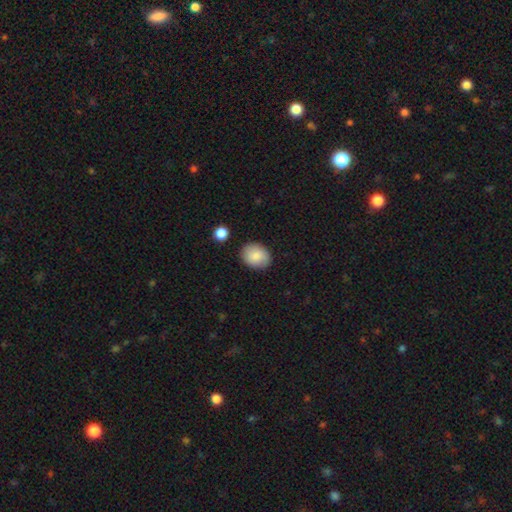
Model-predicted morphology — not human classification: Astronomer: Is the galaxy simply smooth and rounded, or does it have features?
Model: smooth — 85%.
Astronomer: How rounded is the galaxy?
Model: in between — 53% (runner-up: round, 46%).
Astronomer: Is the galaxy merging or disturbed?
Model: none — 85%.